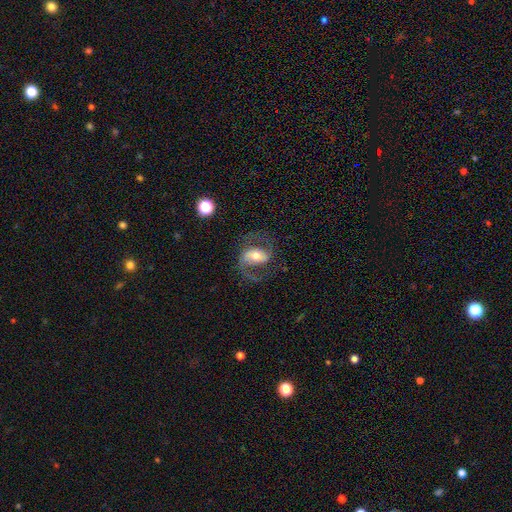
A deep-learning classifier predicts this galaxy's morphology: This is clearly a featured or disk galaxy (83%). It is clearly not viewed edge-on (97%). Bar: marginally weak (39%). Spiral arm pattern: clearly yes (94%). Spiral arm count: clearly 2 (90%). Spiral winding: possibly medium (55%). Central bulge: likely moderate (64%). Merging: likely none (71%).